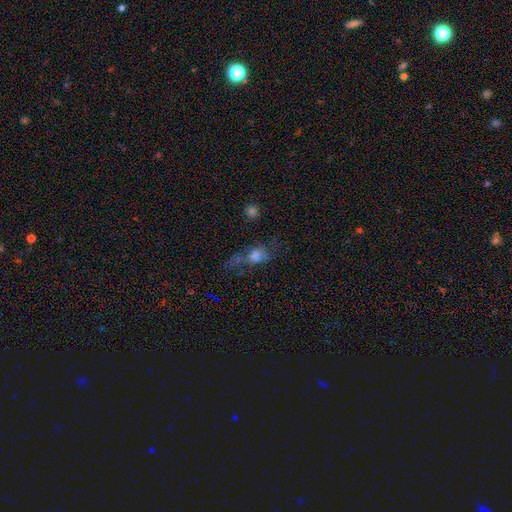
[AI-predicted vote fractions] This is possibly a smooth galaxy (50%). Merging: marginally none (44%).